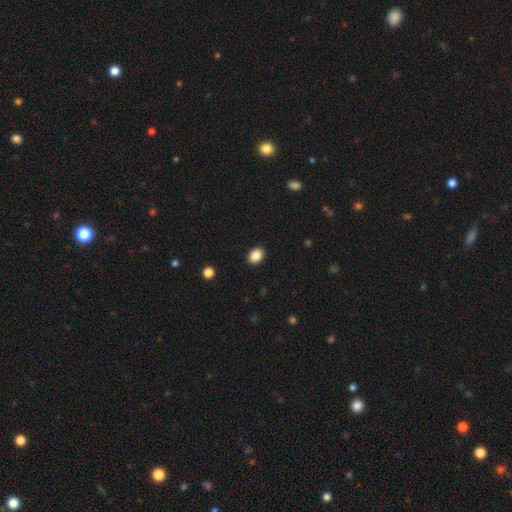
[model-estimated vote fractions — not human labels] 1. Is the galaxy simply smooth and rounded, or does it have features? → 88% smooth, 9% star or artifact, 4% featured or disk.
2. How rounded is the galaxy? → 65% in between, 34% round, 1% cigar-shaped.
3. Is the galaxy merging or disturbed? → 90% none, 7% minor disturbance, 2% major disturbance, 1% merger.